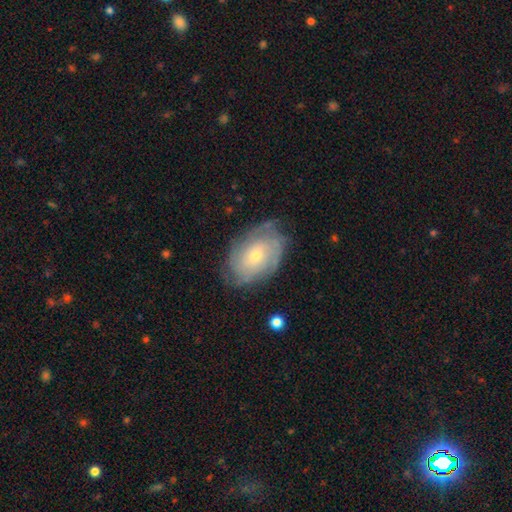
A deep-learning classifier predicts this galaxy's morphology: Overall: featured or disk (71%). Edge-on disk: no (96%). Bar: no (72%). Spiral arms: yes (88%). Spiral arm count: can't tell (50%; 2 17%). Spiral winding: tight (66%). Bulge size: small (60%; moderate 36%). Merging: none (73%).